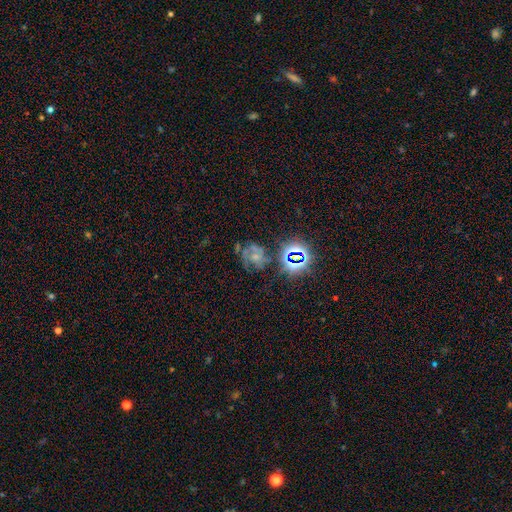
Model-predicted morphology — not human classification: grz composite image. It shows a featured or disk galaxy (42%). Merging: none (49%).